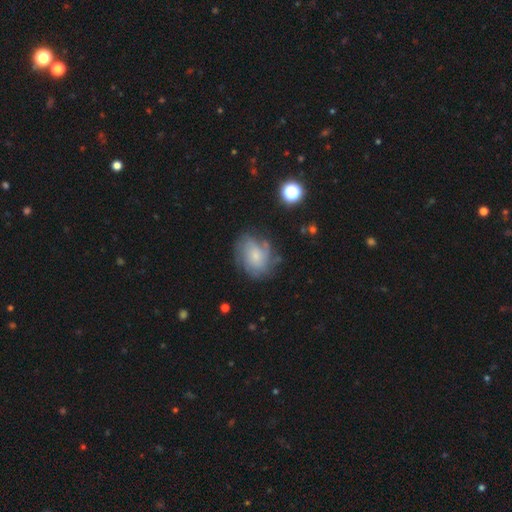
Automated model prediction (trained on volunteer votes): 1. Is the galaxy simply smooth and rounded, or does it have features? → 52% featured or disk, 37% smooth, 10% star or artifact.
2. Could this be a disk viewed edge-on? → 97% no, 3% yes.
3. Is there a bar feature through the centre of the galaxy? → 77% no, 21% weak, 3% strong.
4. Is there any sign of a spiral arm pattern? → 78% yes, 22% no.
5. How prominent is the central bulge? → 60% small, 27% moderate, 7% none, 4% large, 1% dominant.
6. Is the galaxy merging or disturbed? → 64% none, 23% minor disturbance, 11% major disturbance, 2% merger.